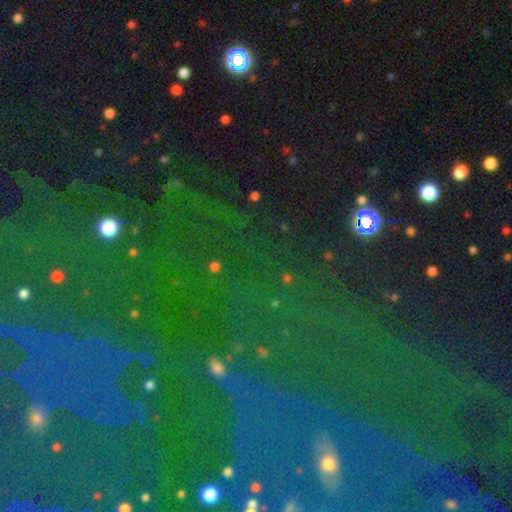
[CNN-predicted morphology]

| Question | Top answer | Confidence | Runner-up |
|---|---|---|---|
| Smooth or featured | star or artifact | 72% | smooth (15%) |